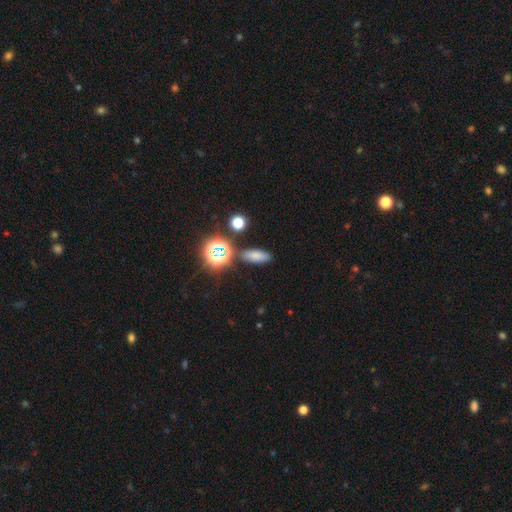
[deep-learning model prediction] A smooth galaxy with no disk features (70%) that is in between round and cigar-shaped (67%). Merging: none (84%).